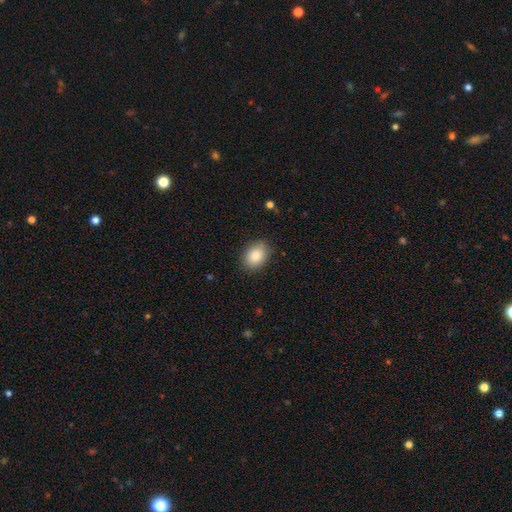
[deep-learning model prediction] smooth_or_featured: smooth (p=0.87) [alt: star or artifact p=0.07]
how_rounded: in between (p=0.74) [alt: round p=0.25]
merging: none (p=0.86) [alt: minor disturbance p=0.10]